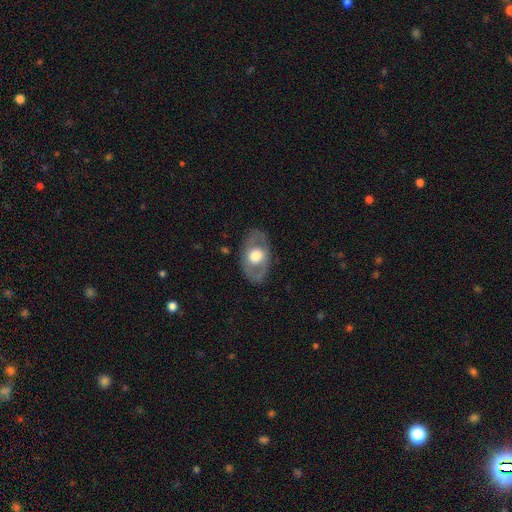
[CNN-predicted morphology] Smooth or featured?
  - featured or disk: 54% *
  - smooth: 41%
  - star or artifact: 6%
Edge-on disk?
  - no: 88% *
  - yes: 12%
Merging?
  - none: 80% *
  - minor disturbance: 13%
  - major disturbance: 6%
  - merger: 1%